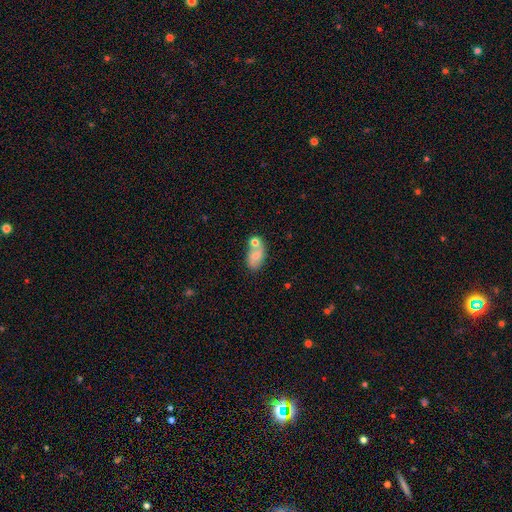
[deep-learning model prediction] smooth-or-featured: smooth: 67% | featured or disk: 25% | star or artifact: 8%
  how-rounded: in between: 85% | round: 13% | cigar-shaped: 2%
  merging: merger: 45% | none: 36% | minor disturbance: 13% | major disturbance: 5%